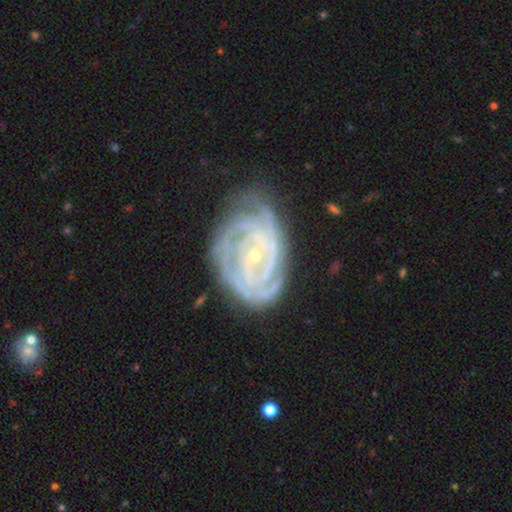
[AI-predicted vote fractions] Q: Smooth or featured?
A: featured or disk (89%); runner-up: star or artifact (6%)
Q: Edge-on disk?
A: no (97%); runner-up: yes (3%)
Q: Bar?
A: no (51%); runner-up: weak (32%)
Q: Spiral arms?
A: yes (97%); runner-up: no (3%)
Q: Spiral winding?
A: tight (80%); runner-up: medium (18%)
Q: Spiral arm count?
A: 3 (27%); runner-up: can't tell (21%)
Q: Bulge size?
A: small (78%); runner-up: moderate (18%)
Q: Merging?
A: none (66%); runner-up: minor disturbance (24%)